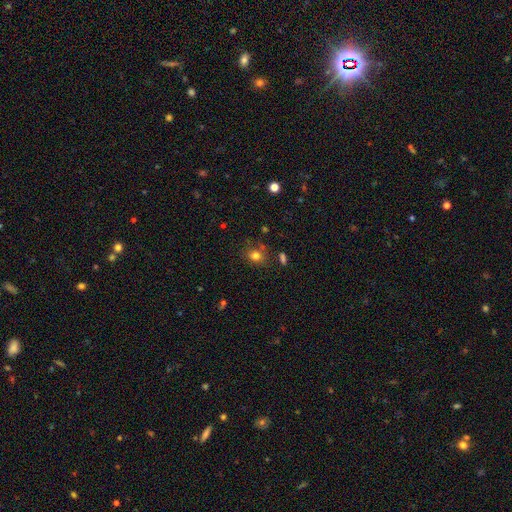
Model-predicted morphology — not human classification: smooth 77%, star or artifact 15%, featured or disk 8%. Down the decision tree: how rounded — round (66%); merging — none (75%).